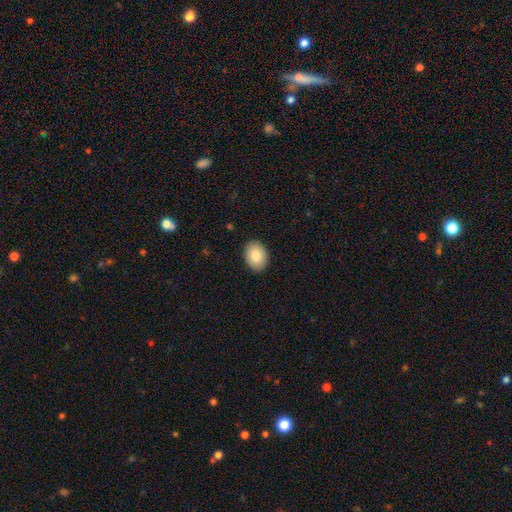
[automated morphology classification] smooth-or-featured: smooth: 83% | featured or disk: 10% | star or artifact: 7%
  how-rounded: in between: 72% | round: 28% | cigar-shaped: 1%
  merging: none: 90% | minor disturbance: 7% | major disturbance: 2% | merger: 1%